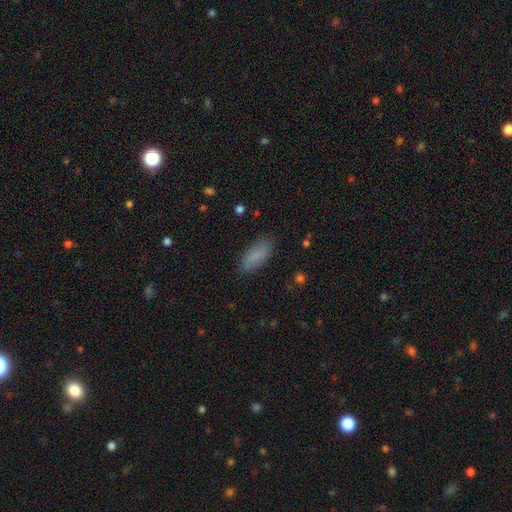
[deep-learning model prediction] Smooth or featured? smooth (84%)
How rounded? in between (83%)
Merging? none (82%)